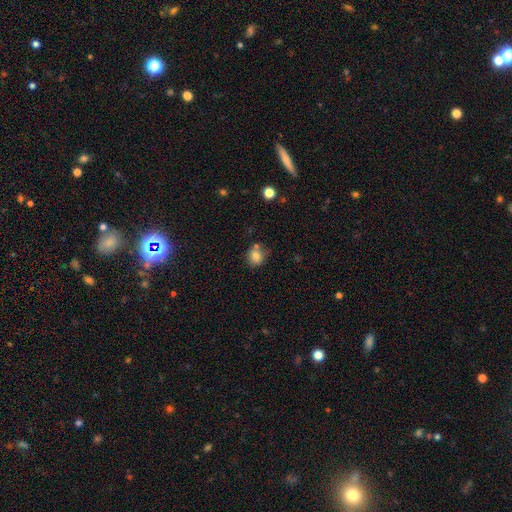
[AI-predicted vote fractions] smooth 79%, star or artifact 11%, featured or disk 10%. Down the decision tree: how rounded — round (72%); merging — none (64%).